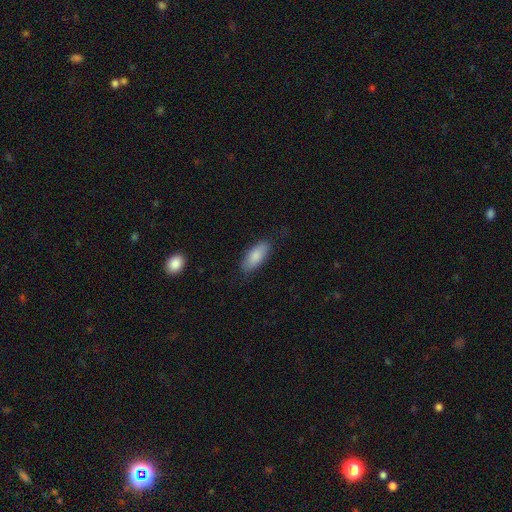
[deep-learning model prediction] smooth-or-featured: smooth: 85% | featured or disk: 9% | star or artifact: 6%
  how-rounded: in between: 83% | cigar-shaped: 16% | round: 2%
  merging: none: 82% | minor disturbance: 14% | major disturbance: 3% | merger: 1%